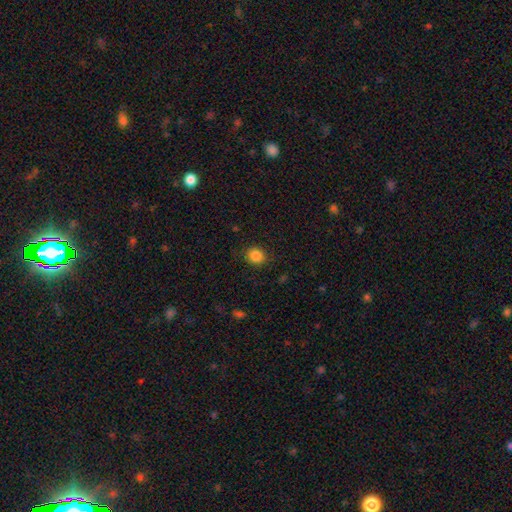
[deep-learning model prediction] Morphology: type=smooth (85%); roundness=round (73%); merging=none (85%).